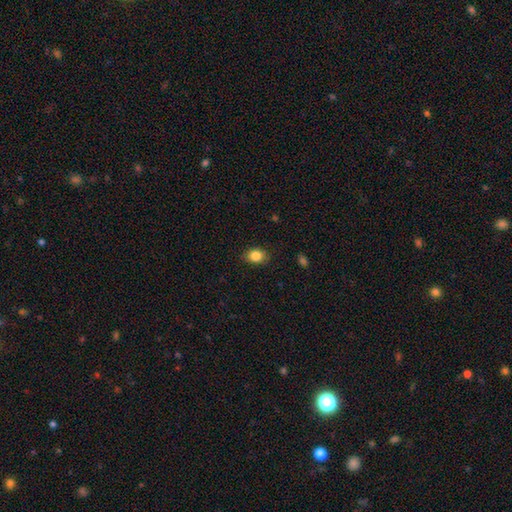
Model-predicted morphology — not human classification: smooth_or_featured: smooth (p=0.85) [alt: star or artifact p=0.09]
how_rounded: in between (p=0.58) [alt: round p=0.41]
merging: none (p=0.85) [alt: minor disturbance p=0.12]